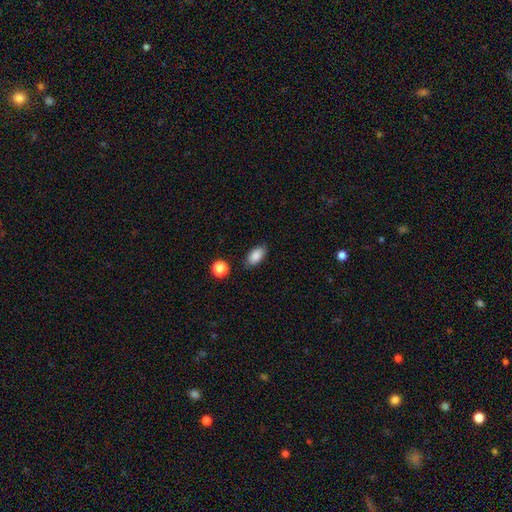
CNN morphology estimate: smooth_or_featured: smooth (p=0.88) [alt: star or artifact p=0.08]
how_rounded: in between (p=0.91) [alt: round p=0.05]
merging: none (p=0.84) [alt: minor disturbance p=0.11]